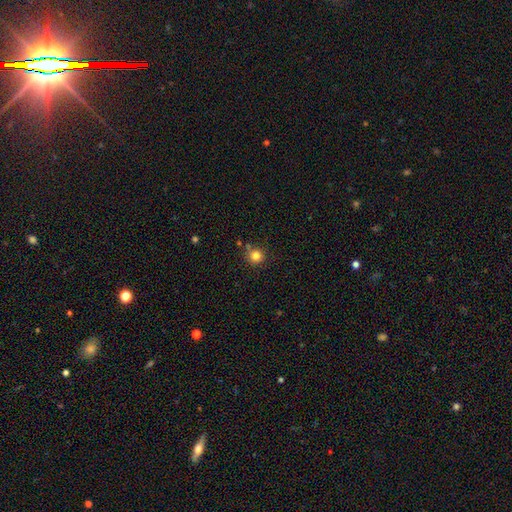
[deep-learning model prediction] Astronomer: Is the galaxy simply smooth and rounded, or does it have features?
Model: smooth — 82%.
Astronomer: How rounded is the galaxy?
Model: round — 93%.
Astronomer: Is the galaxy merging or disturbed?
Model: none — 79%.